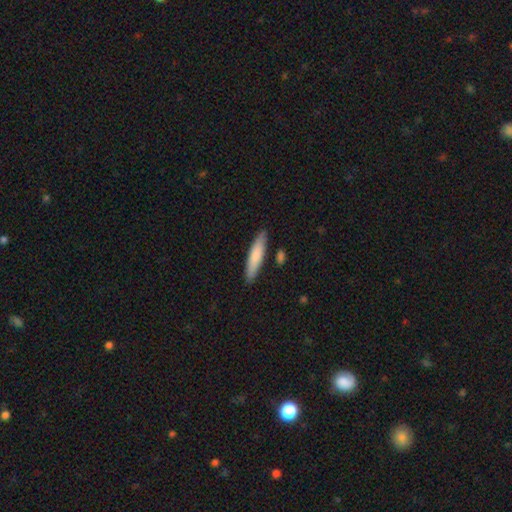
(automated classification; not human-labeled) This appears to be a smooth galaxy with no disk features (78%) that is cigar-shaped (80%). Merging: none (85%).